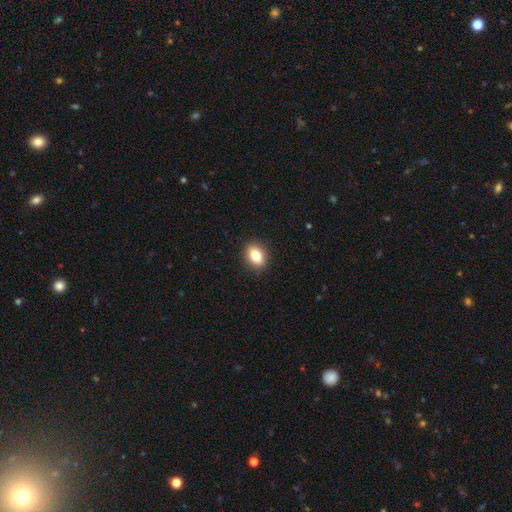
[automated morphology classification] The model was most divided on "how rounded": in between: 73%, round: 24%, cigar-shaped: 3%. More confident: merging — none (90%); smooth or featured — smooth (79%).